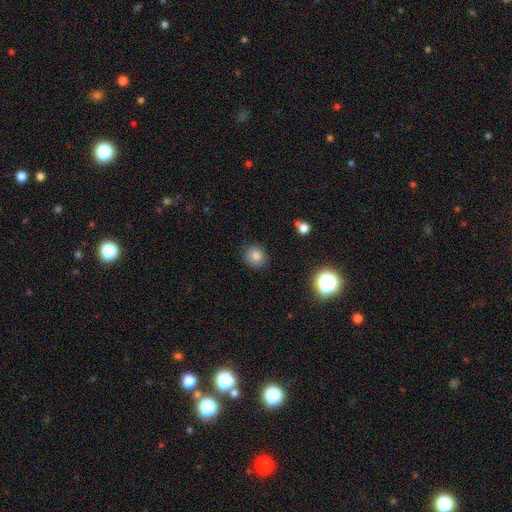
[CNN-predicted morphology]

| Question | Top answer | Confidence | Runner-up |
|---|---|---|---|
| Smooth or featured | smooth | 82% | star or artifact (12%) |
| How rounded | round | 87% | in between (12%) |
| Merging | none | 84% | minor disturbance (12%) |